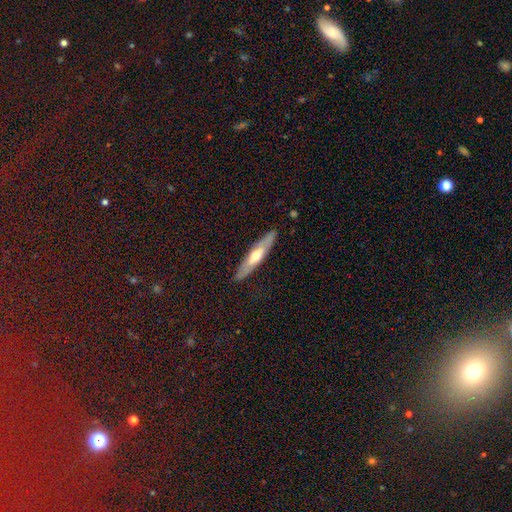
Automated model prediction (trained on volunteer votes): Overall: featured or disk (53%; smooth 41%). Edge-on disk: yes (76%). Merging: none (88%).